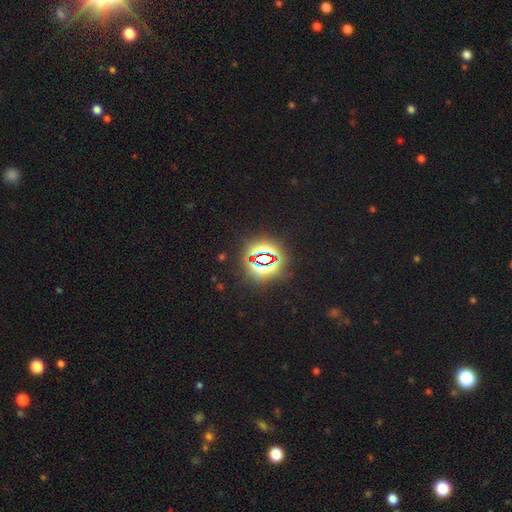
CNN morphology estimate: This is likely a star or artifact rather than a galaxy (79%).